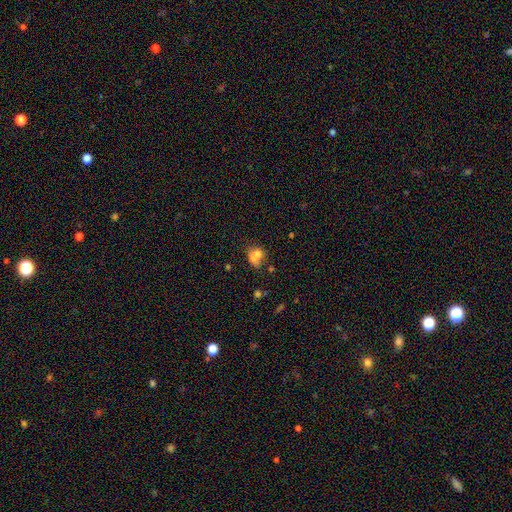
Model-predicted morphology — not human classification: Overall: smooth (66%). How rounded: round (60%; in between 39%). Merging: merger (58%; none 26%).